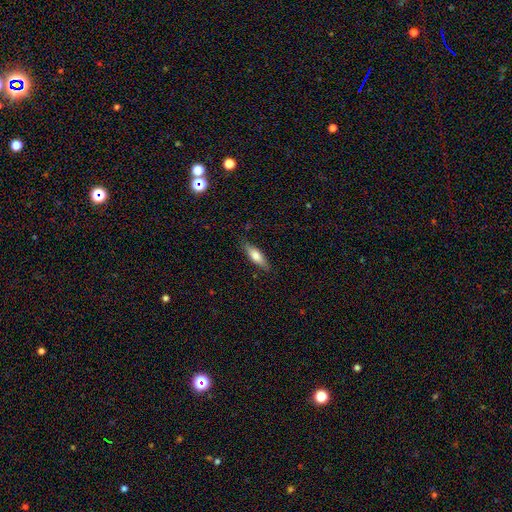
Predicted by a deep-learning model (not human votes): Smooth or featured: smooth — 67% (featured or disk — 27%)
How rounded: cigar-shaped — 53% (in between — 45%)
Merging: none — 83% (minor disturbance — 13%)